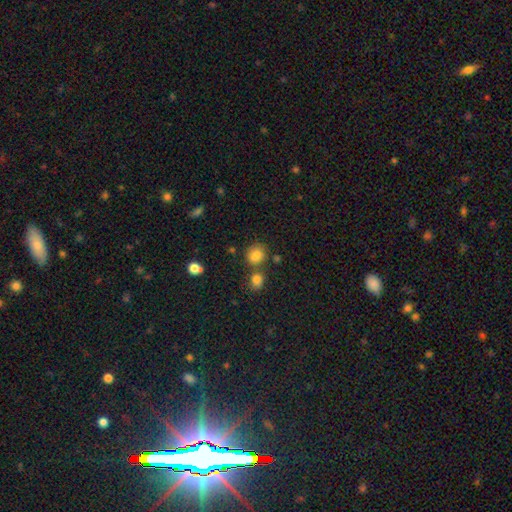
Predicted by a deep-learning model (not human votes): The model was most divided on "how rounded": round: 66%, in between: 33%, cigar-shaped: 1%. More confident: smooth or featured — smooth (82%); merging — none (62%).